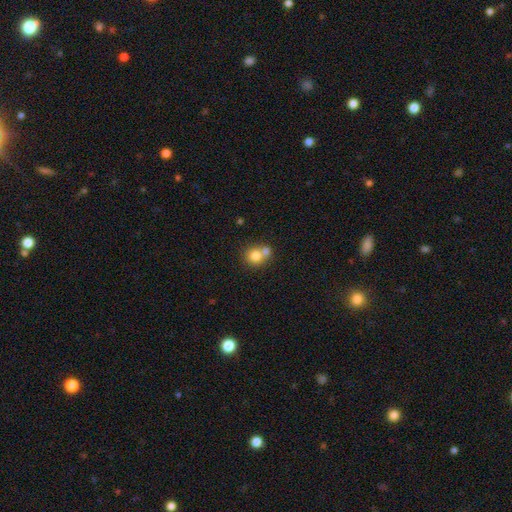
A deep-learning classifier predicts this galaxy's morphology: smooth_or_featured: smooth (p=0.78) [alt: featured or disk p=0.12]
how_rounded: round (p=0.84) [alt: in between p=0.15]
merging: merger (p=0.49) [alt: none p=0.41]